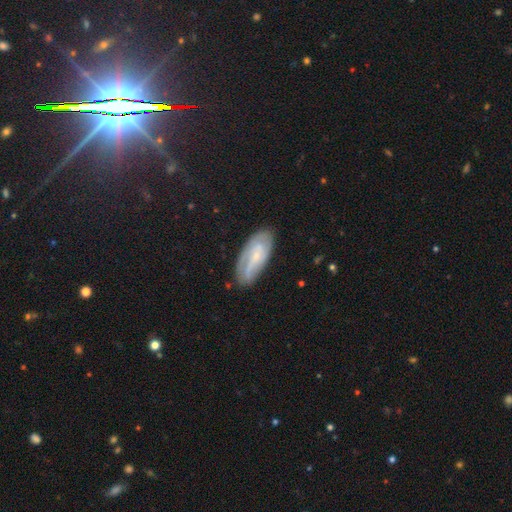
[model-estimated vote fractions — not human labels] smooth-or-featured: featured or disk: 63% | smooth: 30% | star or artifact: 7%
  disk-edge-on: no: 90% | yes: 10%
    bar: no: 48% | weak: 39% | strong: 13%
    has-spiral-arms: yes: 87% | no: 13%
    bulge-size: small: 73% | moderate: 17% | none: 7% | large: 1% | dominant: 1%
  merging: none: 76% | minor disturbance: 18% | major disturbance: 5% | merger: 2%